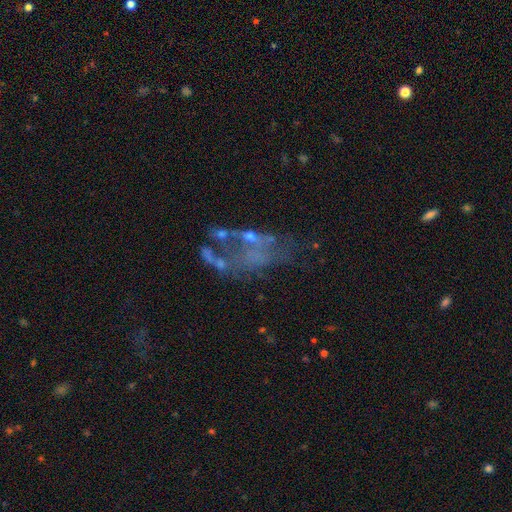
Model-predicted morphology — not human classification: Smooth or featured?
  - featured or disk: 58% *
  - smooth: 23%
  - star or artifact: 20%
Edge-on disk?
  - no: 95% *
  - yes: 5%
Bar?
  - no: 89% *
  - weak: 8%
  - strong: 3%
Spiral arms?
  - no: 89% *
  - yes: 11%
Bulge size?
  - none: 66% *
  - small: 21%
  - moderate: 10%
  - large: 2%
  - dominant: 1%
Merging?
  - major disturbance: 37% *
  - none: 28%
  - merger: 22%
  - minor disturbance: 13%